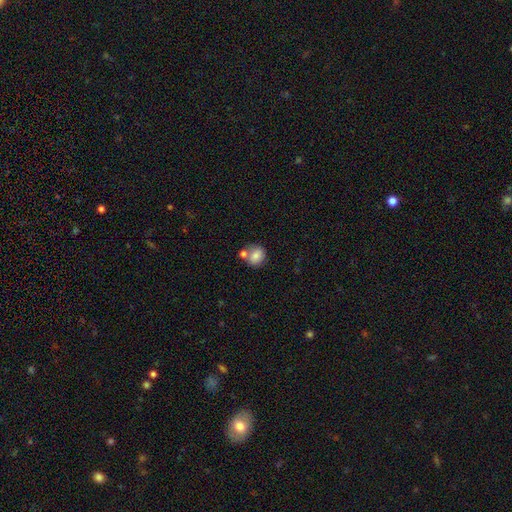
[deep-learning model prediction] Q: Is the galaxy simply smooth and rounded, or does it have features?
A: smooth — 78%.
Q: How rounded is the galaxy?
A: round — 78%.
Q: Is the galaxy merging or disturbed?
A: none — 57%.